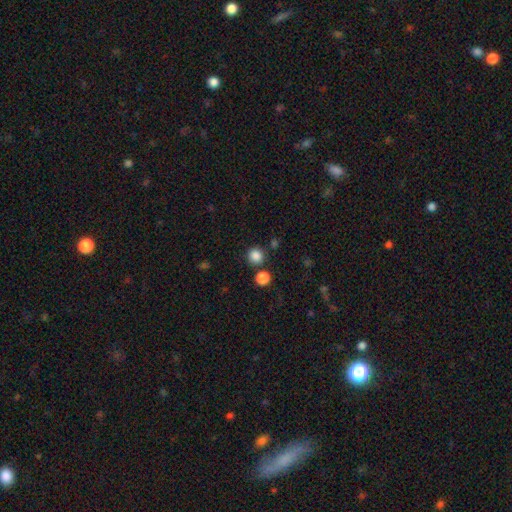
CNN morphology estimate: smooth_or_featured: smooth (p=0.85) [alt: star or artifact p=0.12]
how_rounded: round (p=0.93) [alt: in between p=0.06]
merging: none (p=0.84) [alt: merger p=0.07]